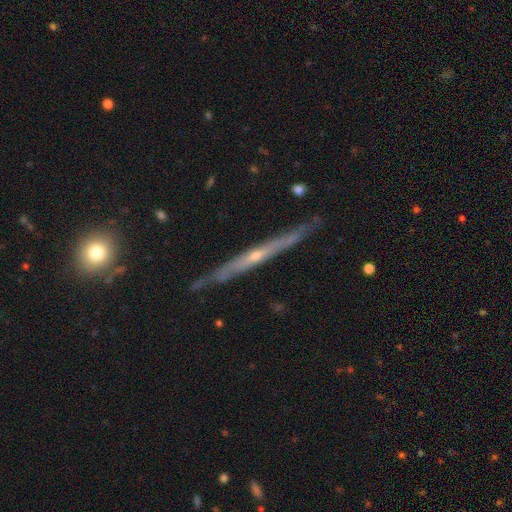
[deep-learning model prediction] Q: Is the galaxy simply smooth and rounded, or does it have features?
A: featured or disk — 81%.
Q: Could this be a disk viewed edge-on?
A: yes — 97%.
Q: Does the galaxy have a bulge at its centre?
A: rounded — 61%.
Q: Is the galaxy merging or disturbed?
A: none — 87%.